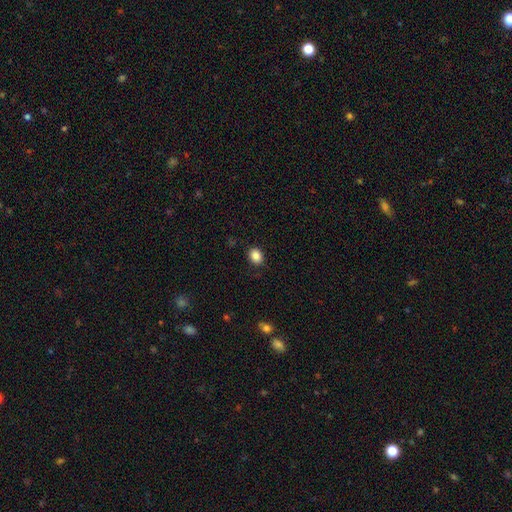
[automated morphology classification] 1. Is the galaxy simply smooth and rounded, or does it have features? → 86% smooth, 10% star or artifact, 4% featured or disk.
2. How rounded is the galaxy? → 53% round, 46% in between, 1% cigar-shaped.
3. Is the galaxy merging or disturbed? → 87% none, 9% minor disturbance, 2% major disturbance, 1% merger.